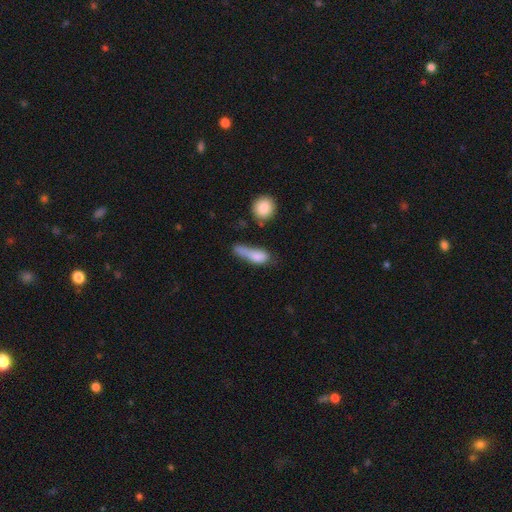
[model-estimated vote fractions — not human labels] Smooth or featured? smooth (74%)
How rounded? in between (50%)
Merging? major disturbance (28%)